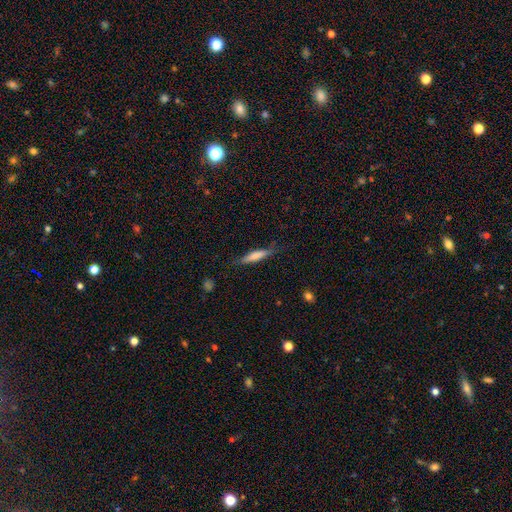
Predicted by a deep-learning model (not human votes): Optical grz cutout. It shows a smooth galaxy with no disk features (63%) that is cigar-shaped (87%). Merging: none (79%).